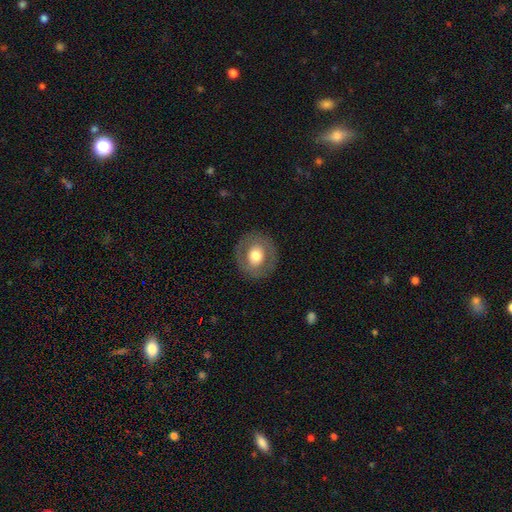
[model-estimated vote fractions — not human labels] Smooth or featured: smooth — 57% (featured or disk — 36%)
How rounded: round — 81% (in between — 18%)
Merging: none — 85% (minor disturbance — 9%)